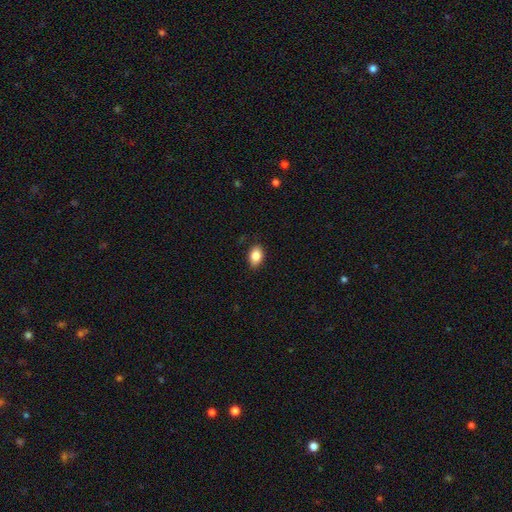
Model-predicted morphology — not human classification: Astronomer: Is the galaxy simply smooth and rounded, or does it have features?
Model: smooth — 85%.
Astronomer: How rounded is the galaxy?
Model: in between — 84%.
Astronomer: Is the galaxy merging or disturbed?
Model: none — 86%.